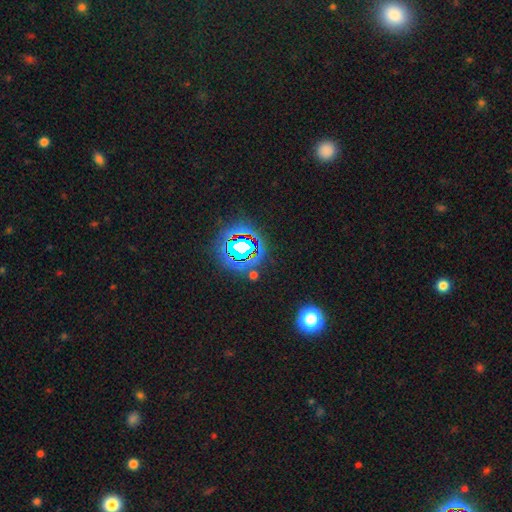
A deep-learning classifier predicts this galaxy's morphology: Q: Smooth or featured?
A: star or artifact (81%); runner-up: smooth (12%)